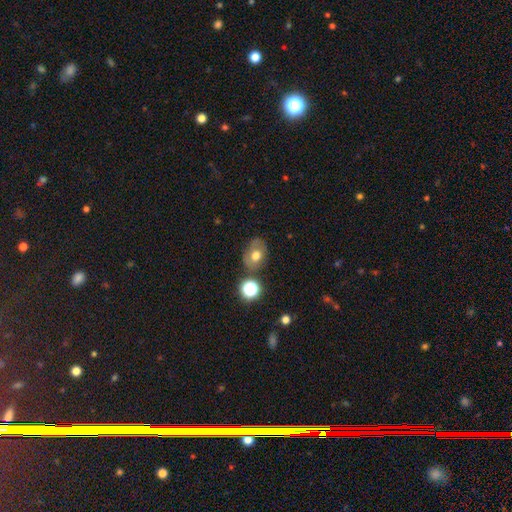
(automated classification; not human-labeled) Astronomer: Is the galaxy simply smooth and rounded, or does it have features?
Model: smooth — 59%.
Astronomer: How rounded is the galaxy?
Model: in between — 60% (runner-up: round, 39%).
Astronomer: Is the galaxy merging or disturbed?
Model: none — 66%.